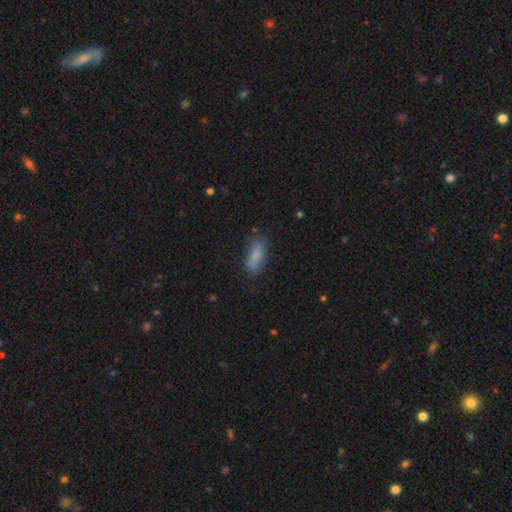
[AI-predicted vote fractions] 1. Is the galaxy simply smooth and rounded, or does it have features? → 81% smooth, 10% featured or disk, 9% star or artifact.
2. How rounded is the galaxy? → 73% in between, 24% cigar-shaped, 3% round.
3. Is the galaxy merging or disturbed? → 66% none, 23% minor disturbance, 7% major disturbance, 4% merger.